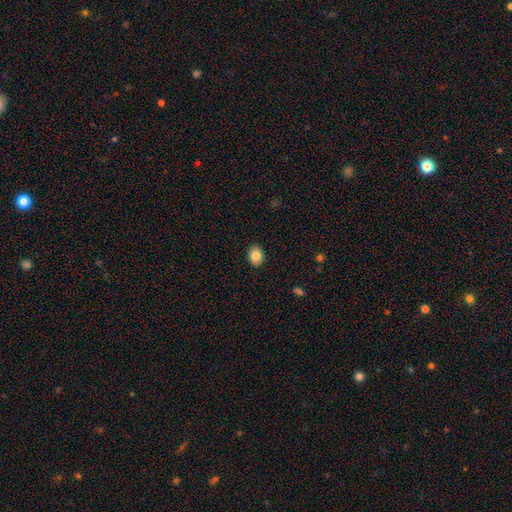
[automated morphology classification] A smooth galaxy with no disk features (84%) that is in between round and cigar-shaped (64%).

Vote fractions:
- Smooth or featured? smooth: 84% / star or artifact: 9% / featured or disk: 7%
- How rounded? in between: 64% / round: 36% / cigar-shaped: 1%
- Merging? none: 89% / minor disturbance: 8% / major disturbance: 2% / merger: 1%